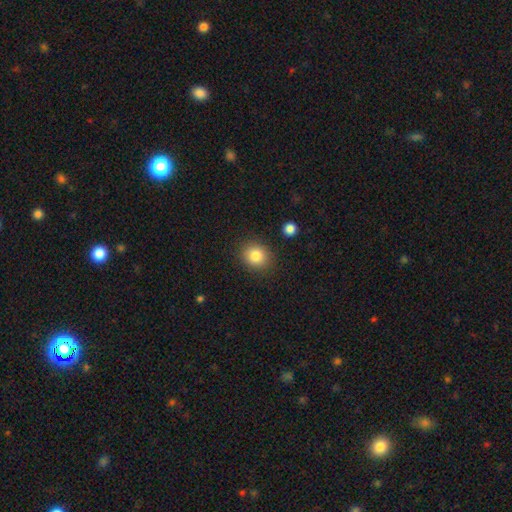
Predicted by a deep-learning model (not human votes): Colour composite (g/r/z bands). It shows a smooth galaxy with no disk features (84%) that is round (77%). Merging: none (87%).